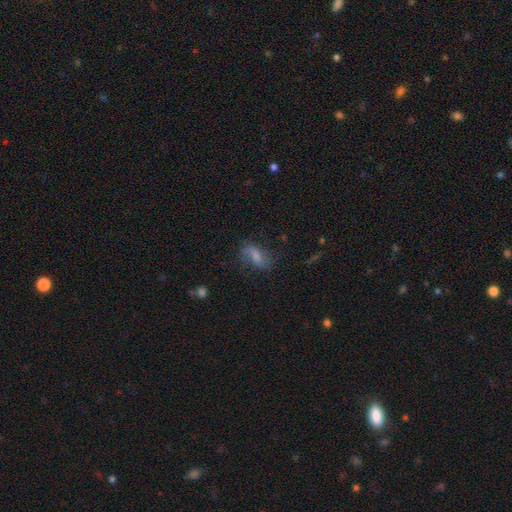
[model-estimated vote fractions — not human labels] Q: Smooth or featured?
A: smooth (60%); runner-up: featured or disk (29%)
Q: How rounded?
A: in between (80%); runner-up: cigar-shaped (13%)
Q: Merging?
A: none (58%); runner-up: minor disturbance (25%)